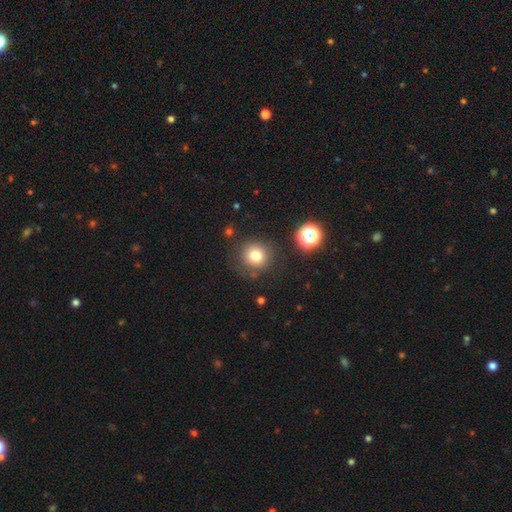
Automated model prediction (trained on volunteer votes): A smooth galaxy with no disk features (79%) that is round (92%).

Vote fractions:
- Smooth or featured? smooth: 79% / star or artifact: 13% / featured or disk: 8%
- How rounded? round: 92% / in between: 7% / cigar-shaped: 1%
- Merging? none: 81% / minor disturbance: 11% / major disturbance: 4% / merger: 4%